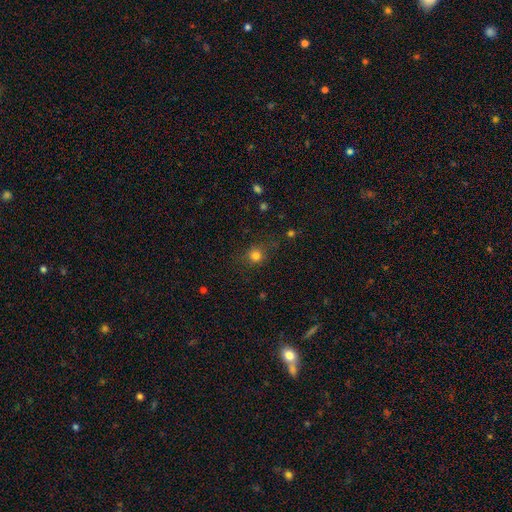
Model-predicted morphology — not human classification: smooth 77%, star or artifact 16%, featured or disk 7%. Down the decision tree: how rounded — round (86%); merging — none (78%).